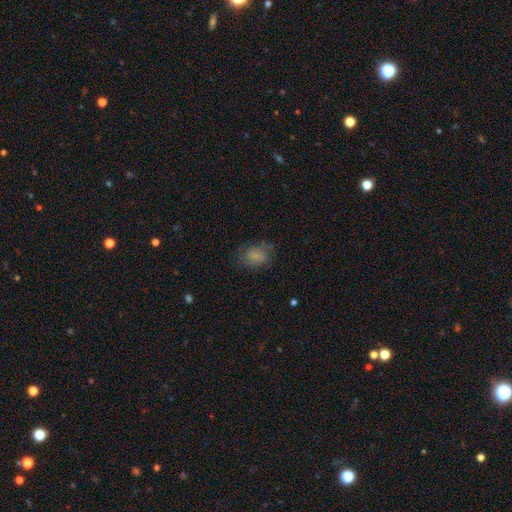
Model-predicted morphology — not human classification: smooth_or_featured: smooth (p=0.71) [alt: featured or disk p=0.19]
how_rounded: in between (p=0.64) [alt: round p=0.34]
merging: none (p=0.63) [alt: minor disturbance p=0.24]